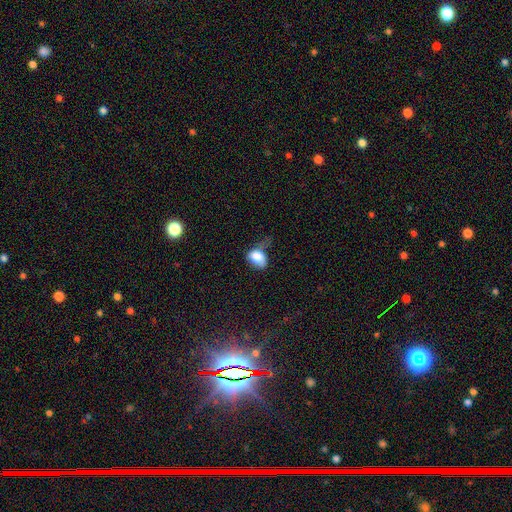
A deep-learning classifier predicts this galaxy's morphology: This appears to be a smooth galaxy with no disk features (77%) that is in between round and cigar-shaped (78%). Merging: major disturbance (41%).